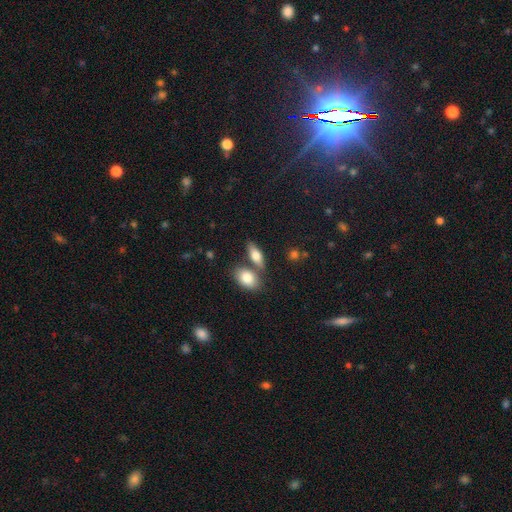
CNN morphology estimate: Smooth or featured?
  - smooth: 75% *
  - featured or disk: 18%
  - star or artifact: 7%
How rounded?
  - in between: 79% *
  - cigar-shaped: 15%
  - round: 6%
Merging?
  - none: 56% *
  - merger: 30%
  - minor disturbance: 11%
  - major disturbance: 4%